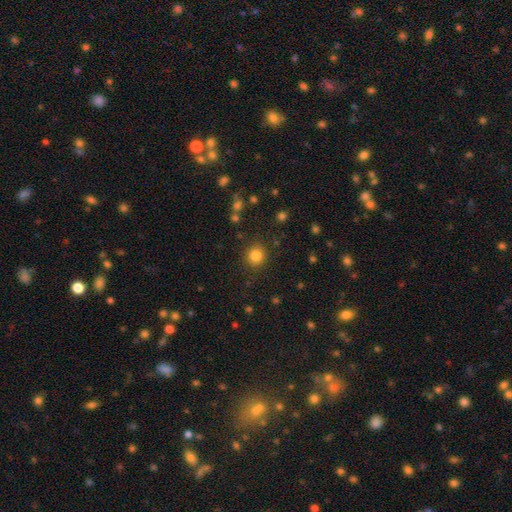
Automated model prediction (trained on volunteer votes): Smooth or featured? Predicted: smooth (p=0.83). How rounded? Predicted: round (p=0.89). Merging? Predicted: none (p=0.88).